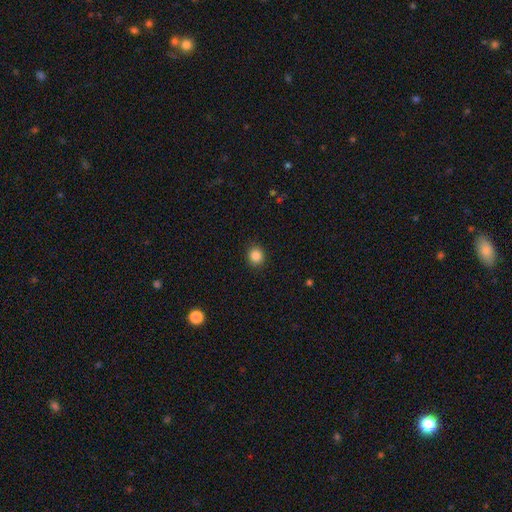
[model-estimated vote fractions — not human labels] Smooth or featured?
  - smooth: 86% *
  - star or artifact: 11%
  - featured or disk: 4%
How rounded?
  - round: 83% *
  - in between: 16%
  - cigar-shaped: 1%
Merging?
  - none: 90% *
  - minor disturbance: 7%
  - major disturbance: 2%
  - merger: 1%